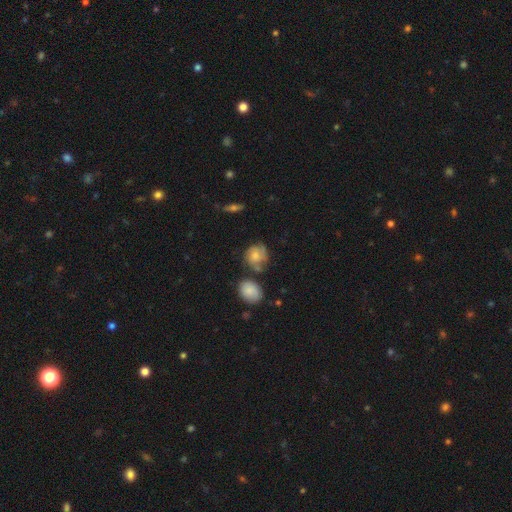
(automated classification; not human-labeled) This is possibly a smooth galaxy (56%). How rounded: likely round (72%). Merging: possibly none (52%).